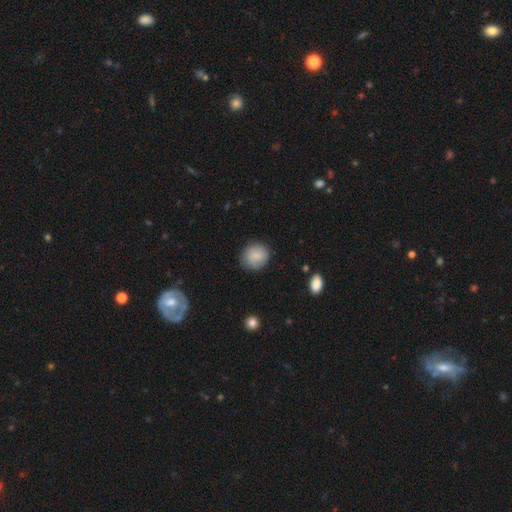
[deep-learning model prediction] The model was most divided on "how rounded": round: 84%, in between: 15%, cigar-shaped: 1%. More confident: smooth or featured — smooth (84%); merging — none (84%).